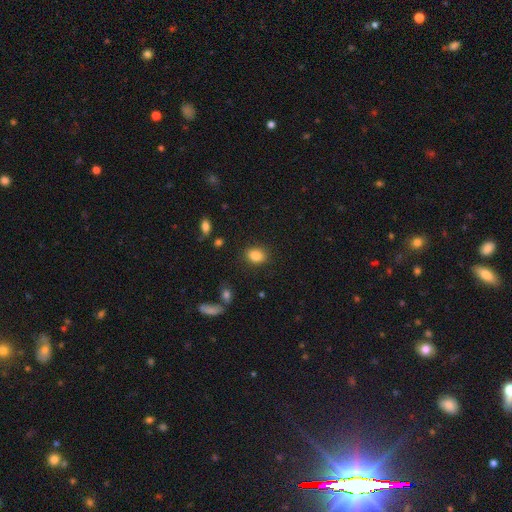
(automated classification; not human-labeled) Q: Smooth or featured?
A: smooth (85%); runner-up: star or artifact (9%)
Q: How rounded?
A: in between (68%); runner-up: round (31%)
Q: Merging?
A: none (86%); runner-up: minor disturbance (10%)